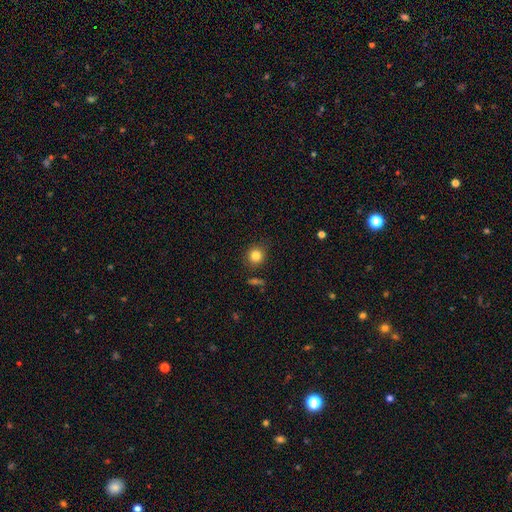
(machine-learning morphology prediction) The model was most divided on "smooth or featured": smooth: 83%, star or artifact: 11%, featured or disk: 6%. More confident: how rounded — round (89%); merging — none (86%).